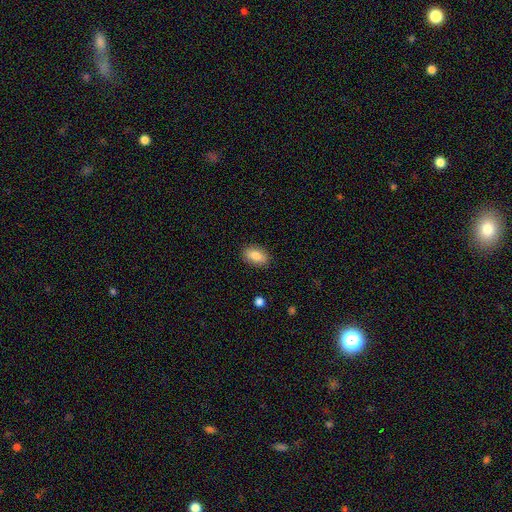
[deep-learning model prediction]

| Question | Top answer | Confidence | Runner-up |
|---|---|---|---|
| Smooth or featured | smooth | 83% | featured or disk (10%) |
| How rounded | in between | 89% | round (9%) |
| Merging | none | 87% | minor disturbance (9%) |